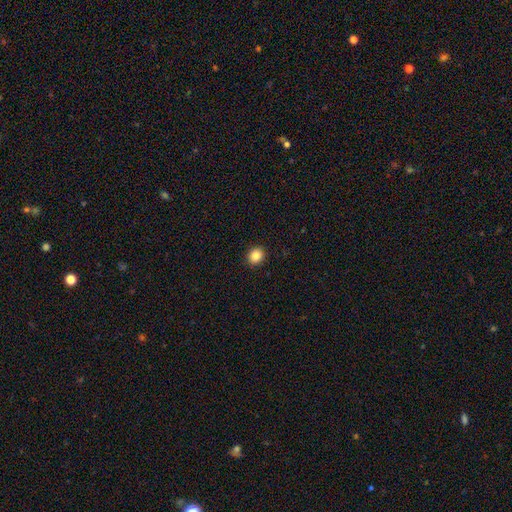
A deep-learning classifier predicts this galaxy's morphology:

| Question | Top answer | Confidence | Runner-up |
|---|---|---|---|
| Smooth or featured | smooth | 85% | star or artifact (10%) |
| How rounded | round | 81% | in between (18%) |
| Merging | none | 92% | minor disturbance (5%) |